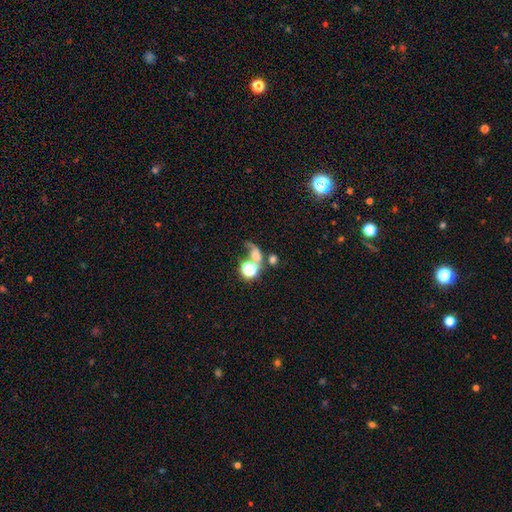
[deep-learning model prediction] Morphology: type=smooth (50%); roundness=round (56%); merging=merger (37%).